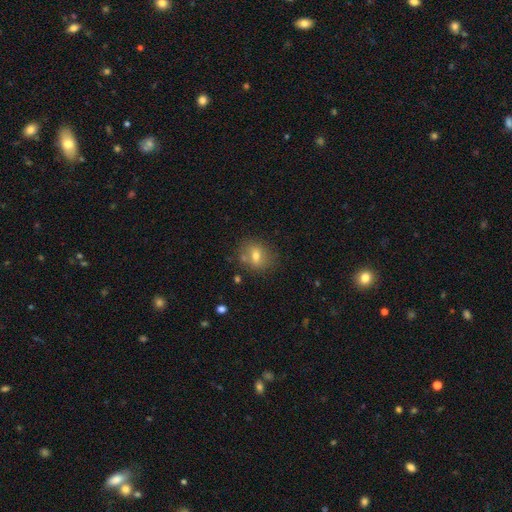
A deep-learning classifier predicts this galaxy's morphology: A smooth galaxy with no disk features (67%) that is round (55%). Merging: none (72%).